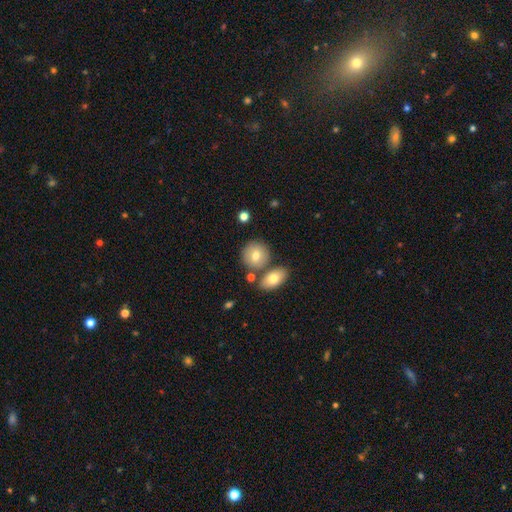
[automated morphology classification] Smooth or featured: smooth — 75% (featured or disk — 17%)
How rounded: round — 81% (in between — 18%)
Merging: none — 69% (merger — 18%)